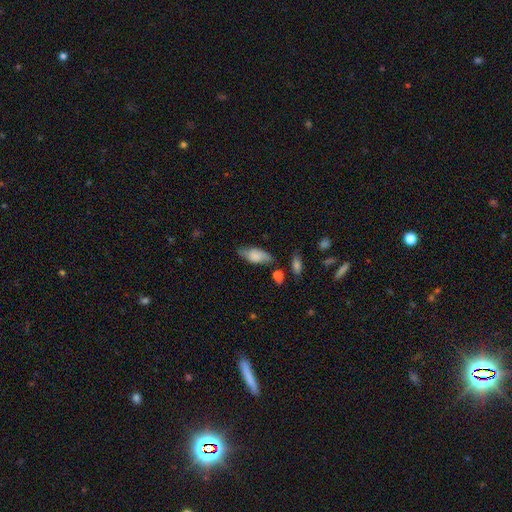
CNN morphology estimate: type=smooth (71%); roundness=in between (80%); merging=none (64%).